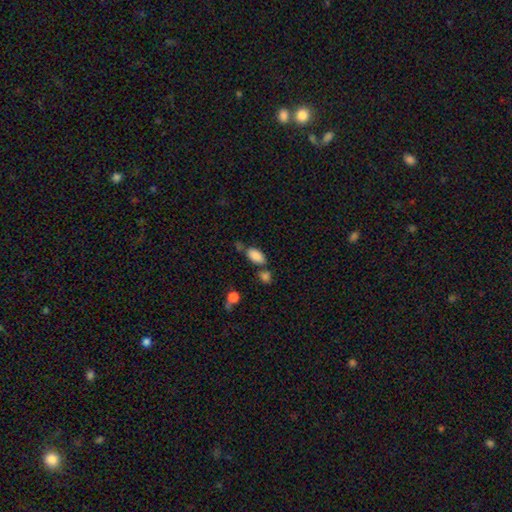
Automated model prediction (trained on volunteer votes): A smooth galaxy with no disk features (86%) that is in between round and cigar-shaped (92%).

Vote fractions:
- Smooth or featured? smooth: 86% / star or artifact: 8% / featured or disk: 6%
- How rounded? in between: 92% / cigar-shaped: 5% / round: 3%
- Merging? none: 60% / merger: 18% / minor disturbance: 16% / major disturbance: 5%